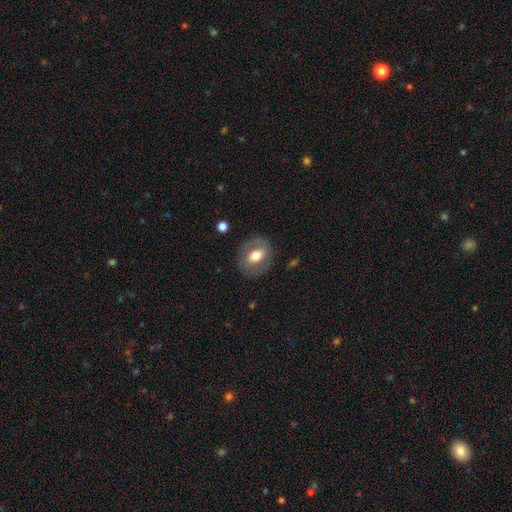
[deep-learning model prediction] smooth-or-featured: smooth: 55% | featured or disk: 38% | star or artifact: 7%
  how-rounded: in between: 59% | round: 39% | cigar-shaped: 1%
  merging: none: 80% | minor disturbance: 13% | major disturbance: 6% | merger: 1%